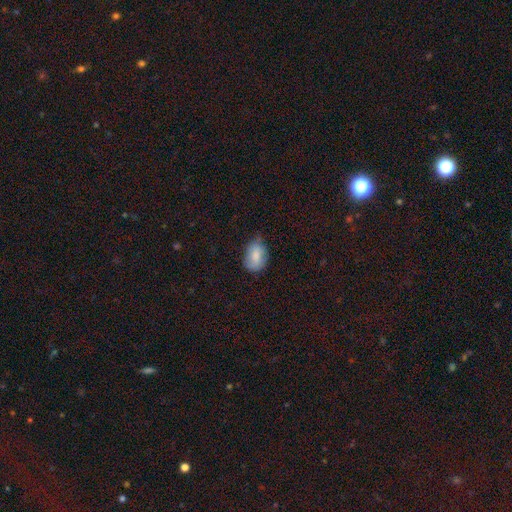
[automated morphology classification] The model was most divided on "merging": none: 60%, minor disturbance: 32%, major disturbance: 6%, merger: 2%. More confident: how rounded — in between (82%); smooth or featured — smooth (80%).